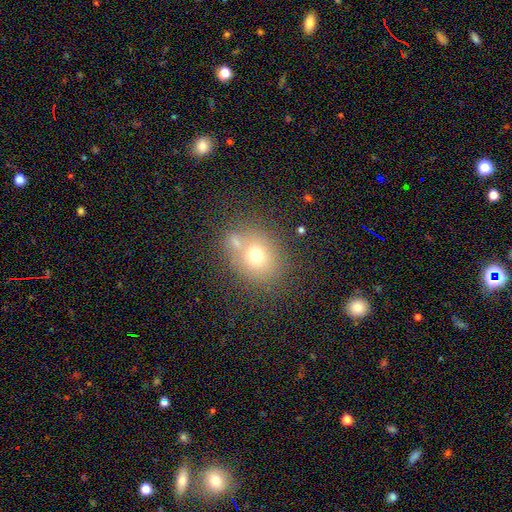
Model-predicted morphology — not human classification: Overall: smooth (67%). How rounded: round (62%; in between 37%). Merging: none (60%).